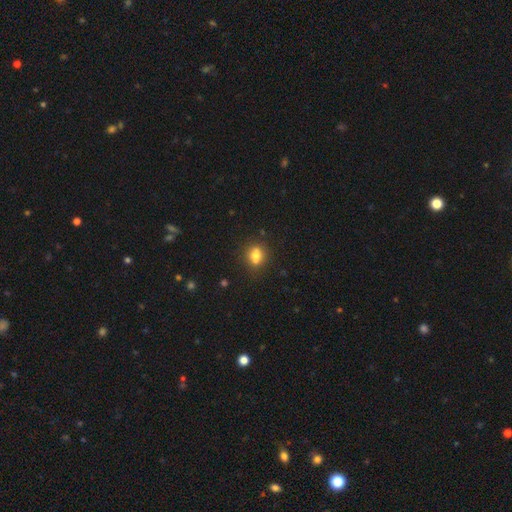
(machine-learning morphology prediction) type=smooth (74%); roundness=round (56%); merging=none (58%).